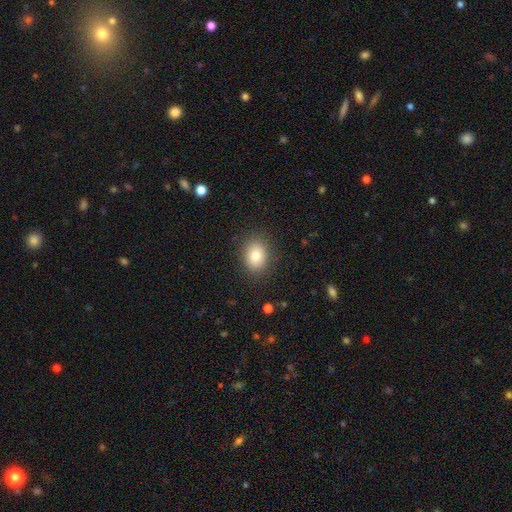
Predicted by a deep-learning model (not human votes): Morphology: type=smooth (80%); roundness=in between (52%); merging=none (87%).